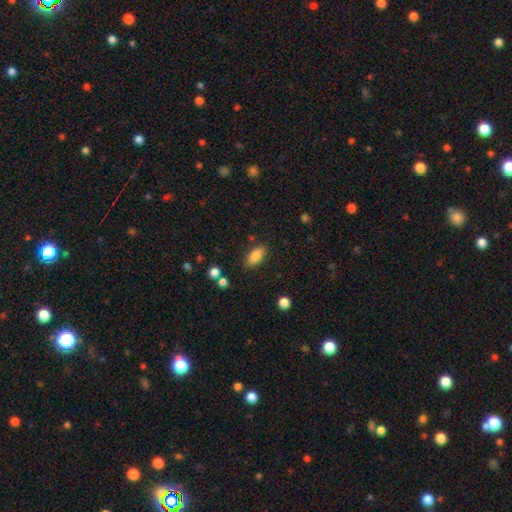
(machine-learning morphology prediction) Smooth or featured? Predicted: smooth (p=0.83). How rounded? Predicted: in between (p=0.88). Merging? Predicted: none (p=0.84).